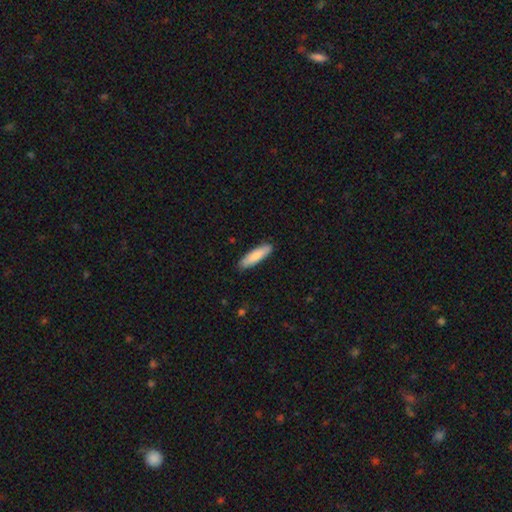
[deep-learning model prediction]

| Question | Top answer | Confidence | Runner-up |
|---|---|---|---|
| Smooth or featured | smooth | 85% | featured or disk (10%) |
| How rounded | cigar-shaped | 67% | in between (32%) |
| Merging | none | 89% | minor disturbance (9%) |